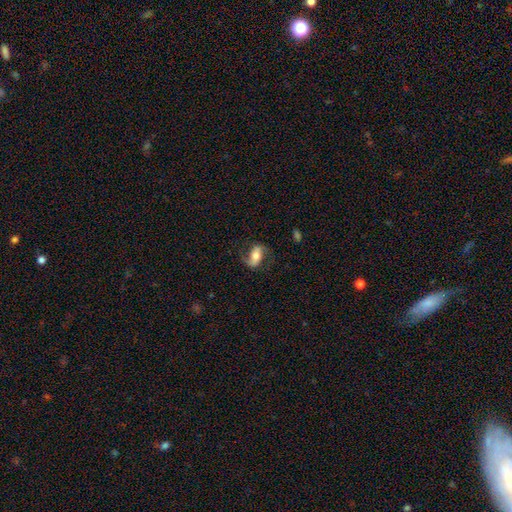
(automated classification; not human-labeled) The model was most divided on "bar": strong: 35%, no: 34%, weak: 31%. Remaining: edge-on disk — no (94%); spiral arms — yes (90%); spiral arm count — 2 (88%); merging — none (71%); smooth or featured — featured or disk (67%); bulge size — moderate (59%); spiral winding — loose (49%).